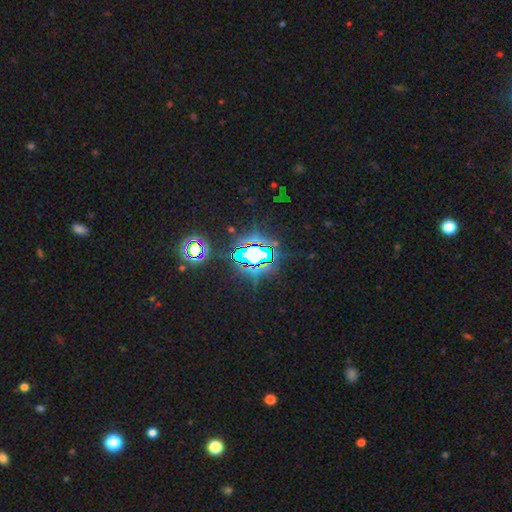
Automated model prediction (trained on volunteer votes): The model was most divided on "smooth or featured": star or artifact: 76%, smooth: 13%, featured or disk: 11%.